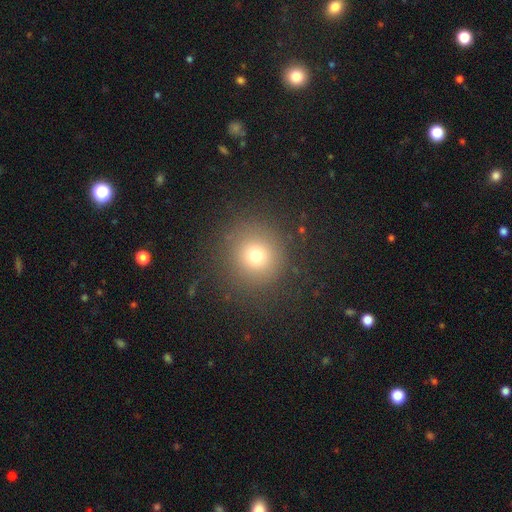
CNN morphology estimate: smooth_or_featured: smooth (p=0.72) [alt: star or artifact p=0.18]
how_rounded: round (p=0.93) [alt: in between p=0.06]
merging: none (p=0.86) [alt: minor disturbance p=0.08]